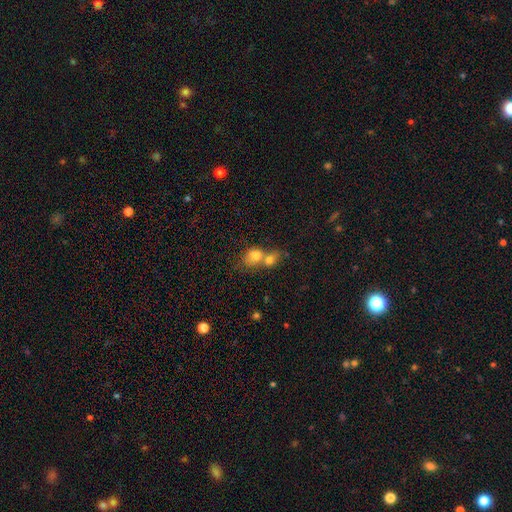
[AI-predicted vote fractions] smooth-or-featured: smooth: 73% | featured or disk: 16% | star or artifact: 10%
  how-rounded: round: 51% | in between: 48% | cigar-shaped: 2%
  merging: merger: 74% | none: 17% | minor disturbance: 6% | major disturbance: 4%